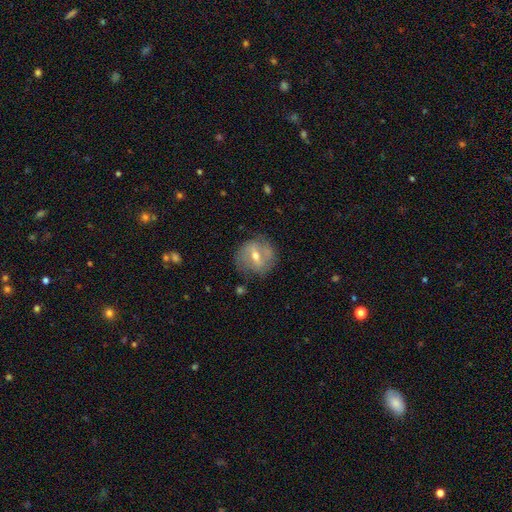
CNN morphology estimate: smooth-or-featured: featured or disk: 62% | smooth: 29% | star or artifact: 9%
  disk-edge-on: no: 92% | yes: 8%
    bar: weak: 46% | strong: 36% | no: 18%
    has-spiral-arms: yes: 58% | no: 42%
    bulge-size: moderate: 65% | small: 29% | large: 3% | none: 1% | dominant: 1%
  merging: none: 75% | minor disturbance: 17% | major disturbance: 6% | merger: 3%